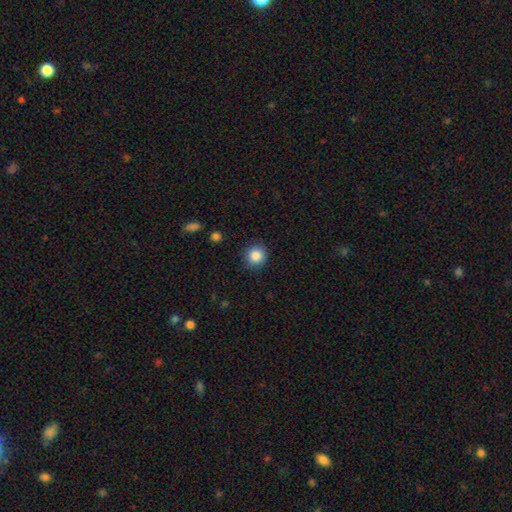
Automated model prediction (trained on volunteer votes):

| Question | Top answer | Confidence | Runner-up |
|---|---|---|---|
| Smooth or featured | smooth | 86% | star or artifact (10%) |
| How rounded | round | 90% | in between (9%) |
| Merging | none | 87% | minor disturbance (9%) |